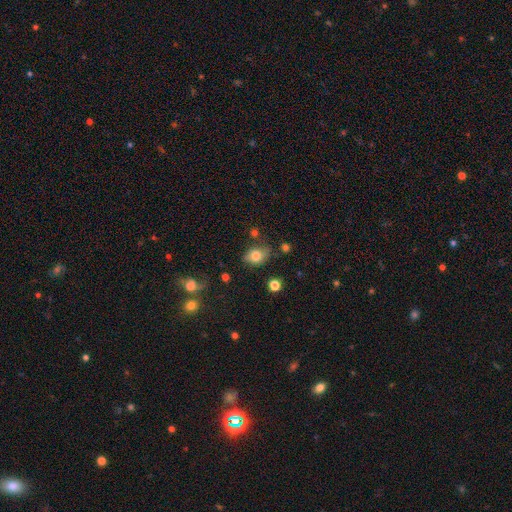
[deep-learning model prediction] Smooth or featured: smooth — 78% (featured or disk — 11%)
How rounded: in between — 69% (round — 30%)
Merging: none — 62% (minor disturbance — 26%)